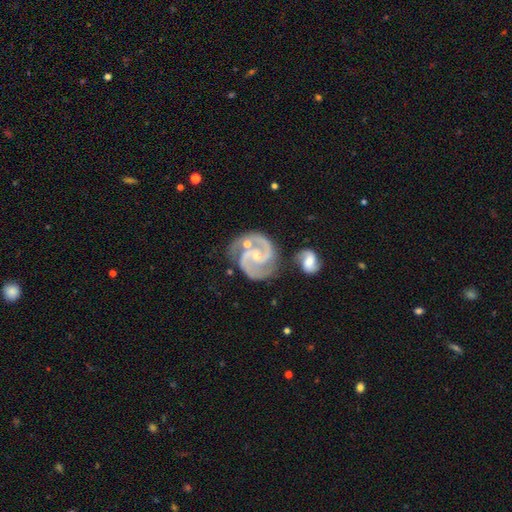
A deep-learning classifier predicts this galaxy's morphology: Smooth or featured: featured or disk — 93% (star or artifact — 4%)
Edge-on disk: no — 98% (yes — 2%)
Bar: no — 53% (weak — 33%)
Spiral arms: yes — 99% (no — 1%)
Spiral winding: medium — 57% (tight — 34%)
Spiral arm count: 2 — 92% (3 — 3%)
Bulge size: small — 74% (moderate — 22%)
Merging: none — 63% (minor disturbance — 17%)